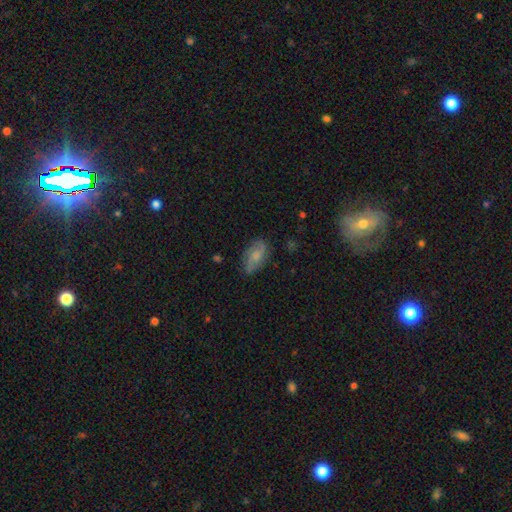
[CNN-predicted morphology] Smooth or featured?
  - featured or disk: 50% *
  - smooth: 41%
  - star or artifact: 9%
Merging?
  - none: 69% *
  - minor disturbance: 22%
  - major disturbance: 7%
  - merger: 2%